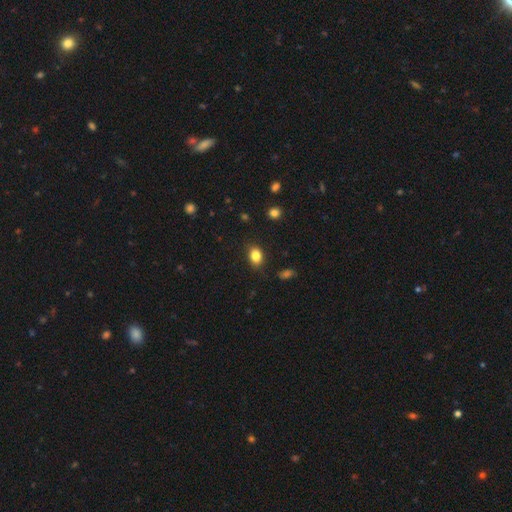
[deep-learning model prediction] A smooth galaxy with no disk features (84%) that is in between round and cigar-shaped (70%).

Vote fractions:
- Smooth or featured? smooth: 84% / star or artifact: 10% / featured or disk: 6%
- How rounded? in between: 70% / round: 28% / cigar-shaped: 1%
- Merging? none: 84% / minor disturbance: 12% / major disturbance: 3% / merger: 1%